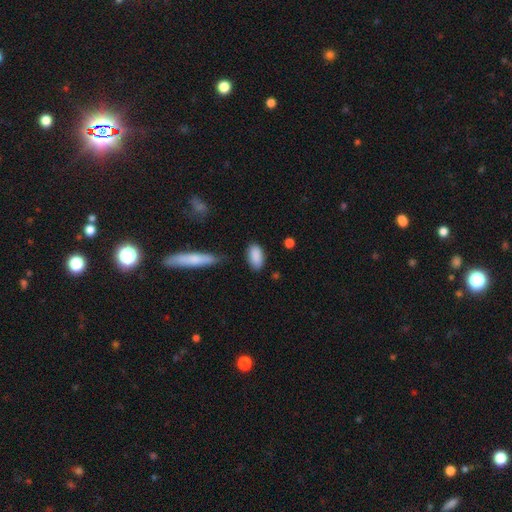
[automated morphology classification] Q: Smooth or featured?
A: smooth (89%); runner-up: star or artifact (6%)
Q: How rounded?
A: in between (92%); runner-up: cigar-shaped (5%)
Q: Merging?
A: none (75%); runner-up: minor disturbance (17%)